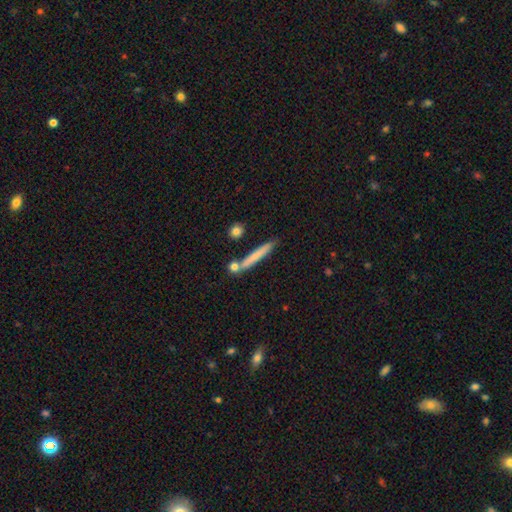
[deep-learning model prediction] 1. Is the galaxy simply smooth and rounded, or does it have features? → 68% smooth, 26% featured or disk, 7% star or artifact.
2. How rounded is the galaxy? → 93% cigar-shaped, 5% in between, 3% round.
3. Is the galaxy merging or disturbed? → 74% none, 12% minor disturbance, 11% merger, 3% major disturbance.